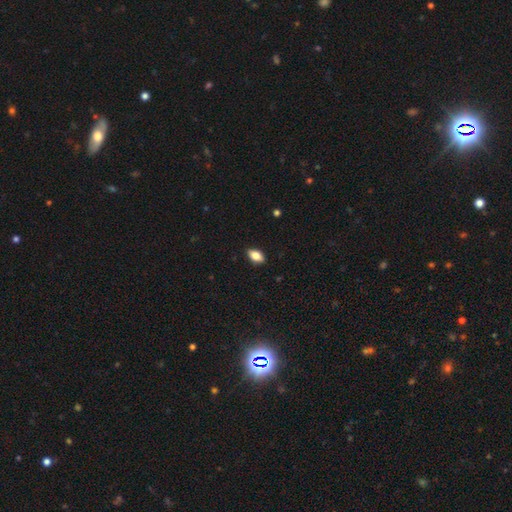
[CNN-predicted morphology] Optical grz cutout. It shows a smooth galaxy with no disk features (82%) that is in between round and cigar-shaped (90%). Merging: none (89%).